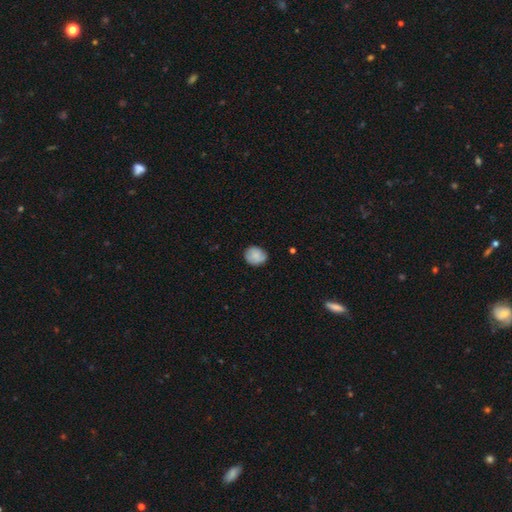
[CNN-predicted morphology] A smooth galaxy with no disk features (79%) that is round (69%). Merging: none (76%).